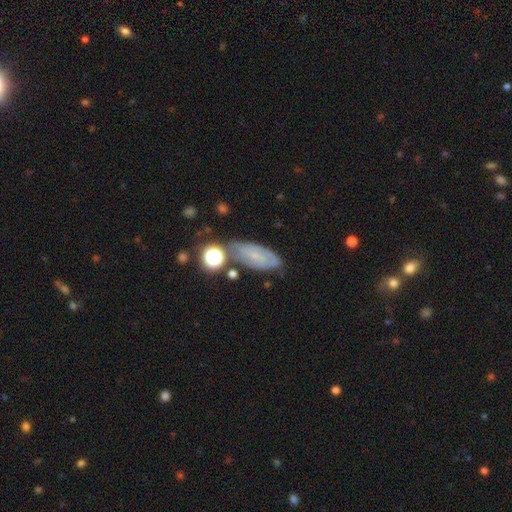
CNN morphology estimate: A featured or disk galaxy (47%).

Vote fractions:
- Smooth or featured? featured or disk: 47% / smooth: 37% / star or artifact: 17%
- Merging? none: 62% / minor disturbance: 22% / major disturbance: 8% / merger: 8%